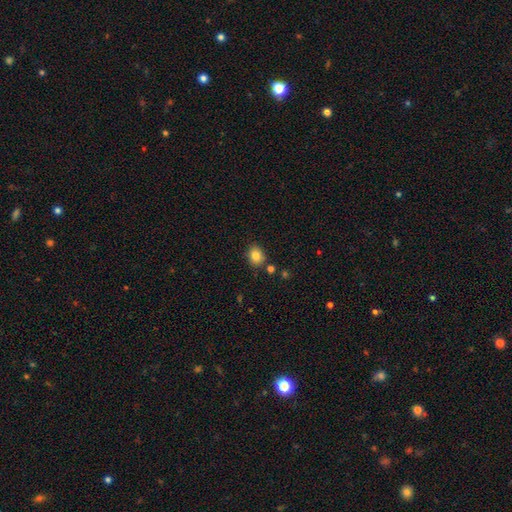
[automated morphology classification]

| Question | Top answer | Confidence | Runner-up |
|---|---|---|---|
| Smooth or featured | smooth | 83% | star or artifact (11%) |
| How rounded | round | 65% | in between (34%) |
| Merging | none | 82% | minor disturbance (10%) |